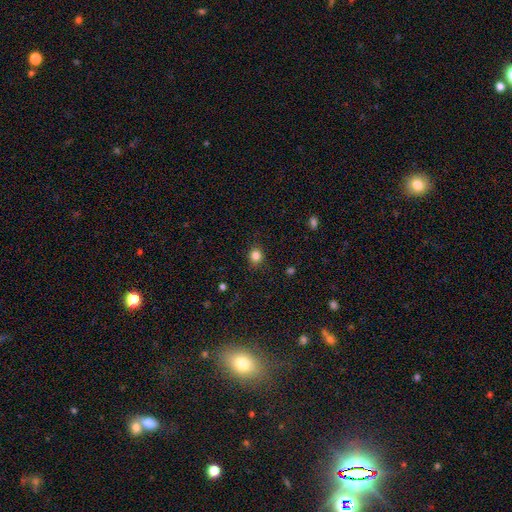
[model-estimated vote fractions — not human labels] Morphology: type=smooth (84%); roundness=round (81%); merging=none (87%).